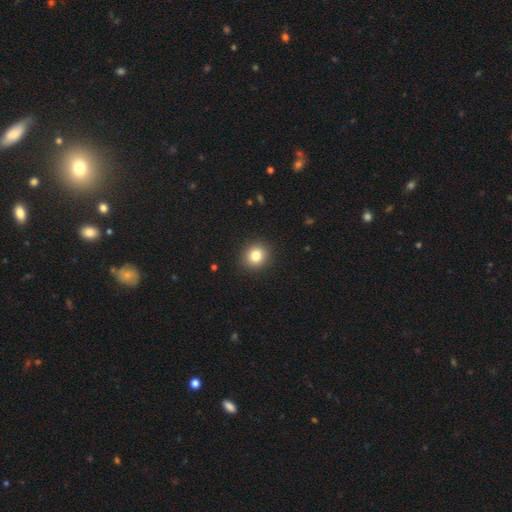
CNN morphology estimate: smooth-or-featured: smooth: 82% | star or artifact: 11% | featured or disk: 7%
  how-rounded: round: 86% | in between: 13% | cigar-shaped: 1%
  merging: none: 92% | minor disturbance: 6% | major disturbance: 2% | merger: 1%